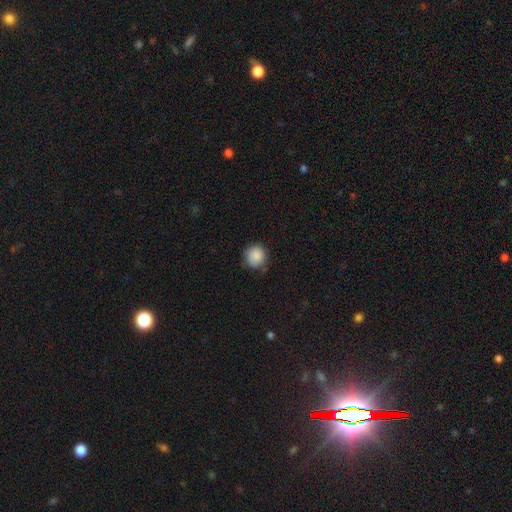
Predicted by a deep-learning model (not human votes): Smooth or featured? Predicted: smooth (p=0.88). How rounded? Predicted: round (p=0.90). Merging? Predicted: none (p=0.81).